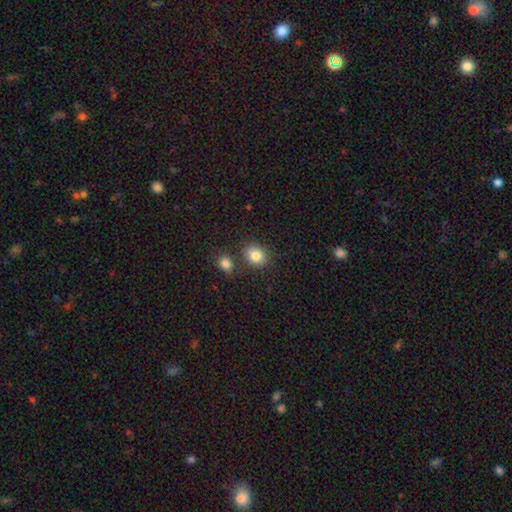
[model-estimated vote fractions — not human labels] smooth 84%, star or artifact 10%, featured or disk 7%. Down the decision tree: how rounded — round (56%); merging — none (76%).